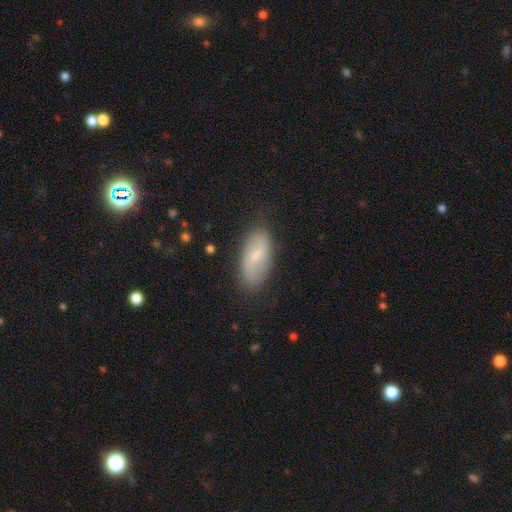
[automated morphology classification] This appears to be a smooth galaxy with no disk features (58%) that is in between round and cigar-shaped (88%). Merging: none (79%).